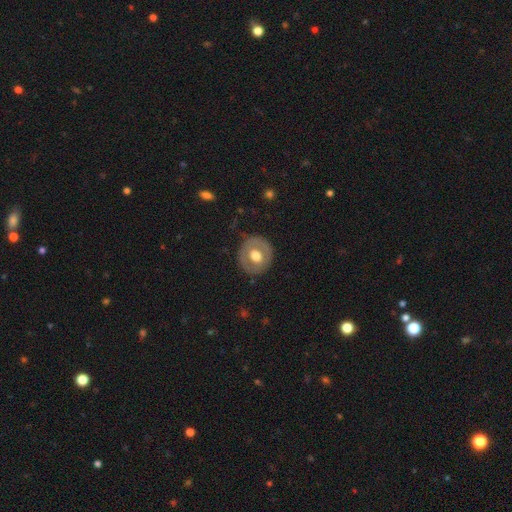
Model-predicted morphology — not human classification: Q: Smooth or featured?
A: smooth (52%); runner-up: featured or disk (42%)
Q: How rounded?
A: round (85%); runner-up: in between (14%)
Q: Merging?
A: none (85%); runner-up: minor disturbance (11%)